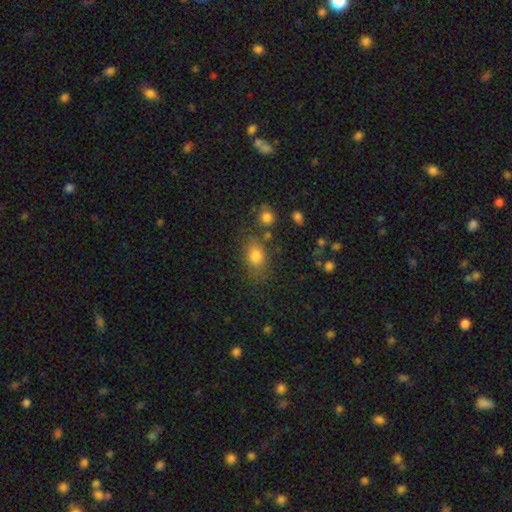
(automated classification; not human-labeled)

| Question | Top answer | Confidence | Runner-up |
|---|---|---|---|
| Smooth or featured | smooth | 79% | star or artifact (11%) |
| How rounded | in between | 76% | round (21%) |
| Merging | none | 67% | minor disturbance (18%) |